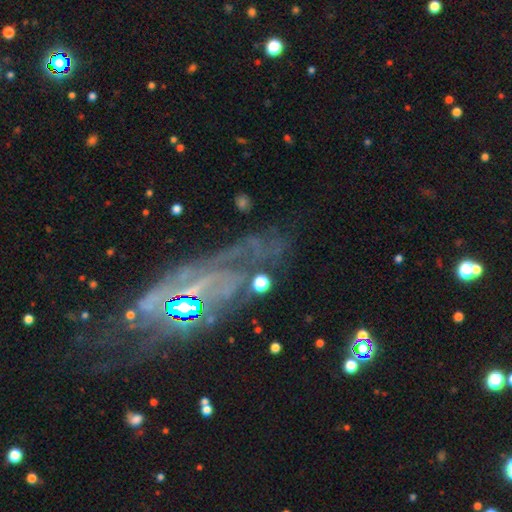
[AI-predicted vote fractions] featured or disk 67%, star or artifact 22%, smooth 11%. Down the decision tree: edge-on disk — no (82%); bar — no (56%); spiral arms — yes (76%); bulge size — moderate (39%); merging — none (61%).